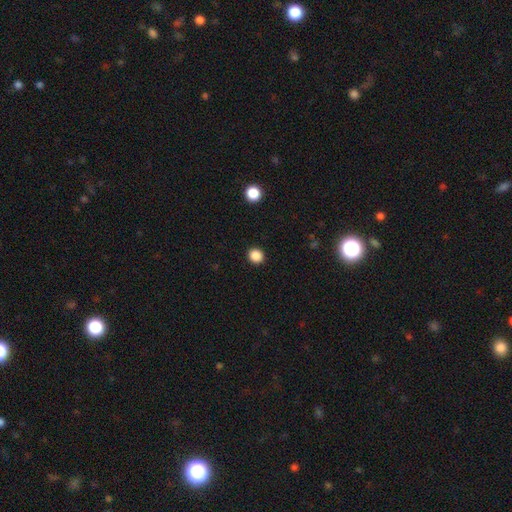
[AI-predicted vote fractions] Smooth or featured? Predicted: smooth (p=0.86). How rounded? Predicted: round (p=0.89). Merging? Predicted: none (p=0.92).